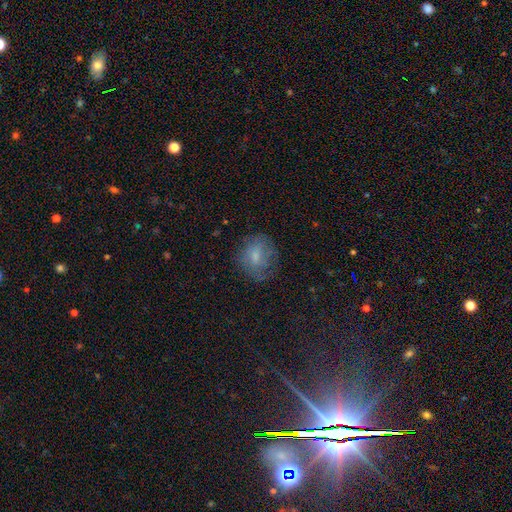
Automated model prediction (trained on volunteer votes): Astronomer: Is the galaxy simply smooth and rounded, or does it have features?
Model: smooth — 62%.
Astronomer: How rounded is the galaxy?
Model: round — 63%.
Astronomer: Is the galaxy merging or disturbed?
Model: none — 62%.